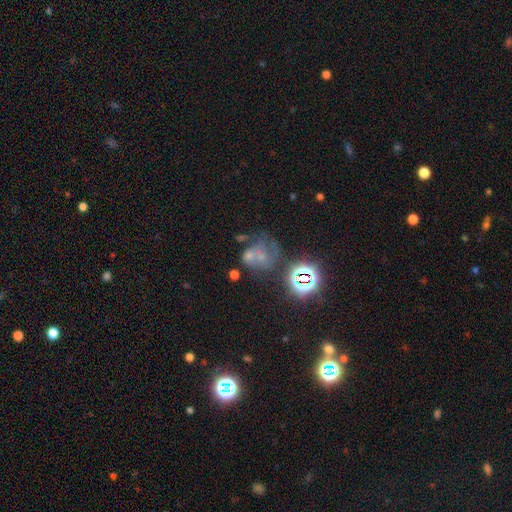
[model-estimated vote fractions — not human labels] Smooth or featured? Predicted: smooth (p=0.36). Merging? Predicted: merger (p=0.31).